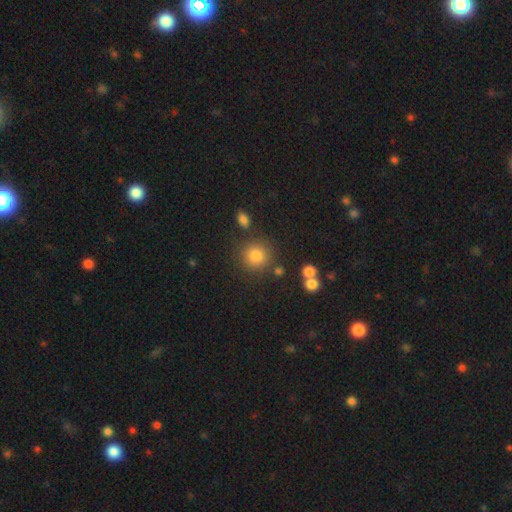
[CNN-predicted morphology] smooth 80%, star or artifact 13%, featured or disk 7%. Down the decision tree: how rounded — round (91%); merging — none (81%).